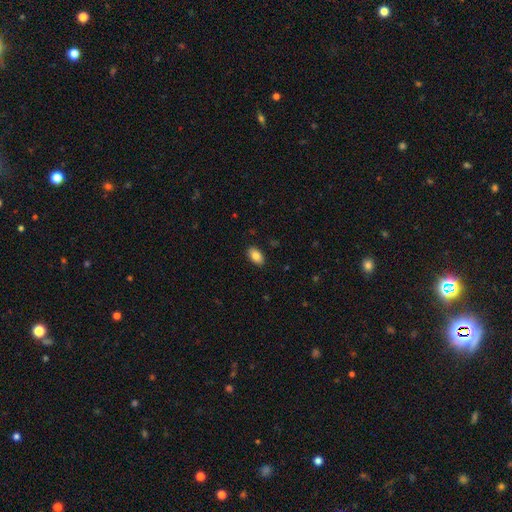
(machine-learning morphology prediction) This appears to be a smooth galaxy with no disk features (85%) that is in between round and cigar-shaped (93%). Merging: none (89%).